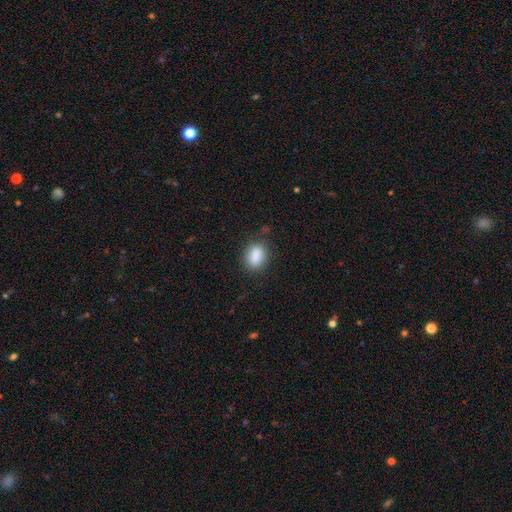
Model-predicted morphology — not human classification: Smooth or featured? smooth (87%)
How rounded? in between (73%)
Merging? none (80%)